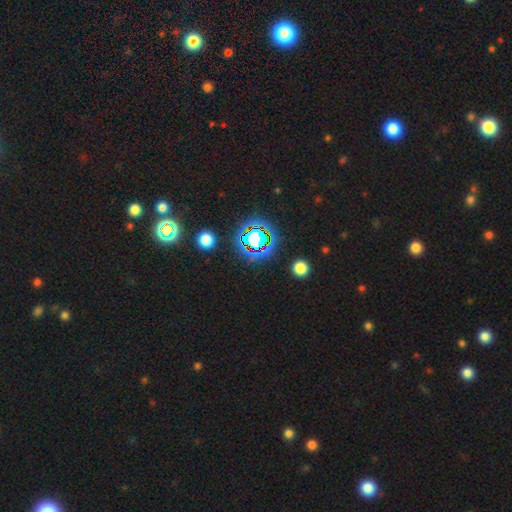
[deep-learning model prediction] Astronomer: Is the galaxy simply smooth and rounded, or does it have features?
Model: star or artifact — 76%.